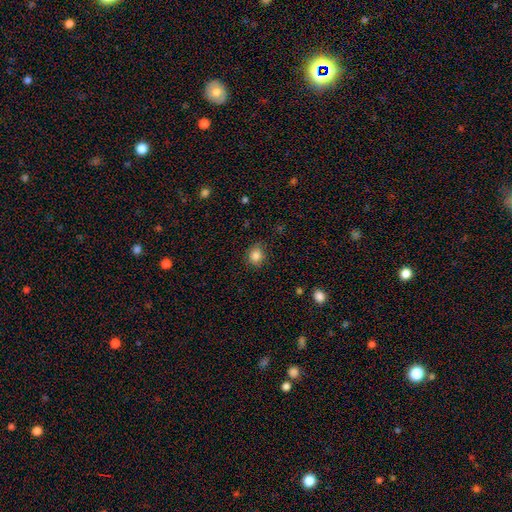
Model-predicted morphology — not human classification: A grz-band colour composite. It shows a smooth galaxy with no disk features (85%) that is round (76%). Merging: none (82%).